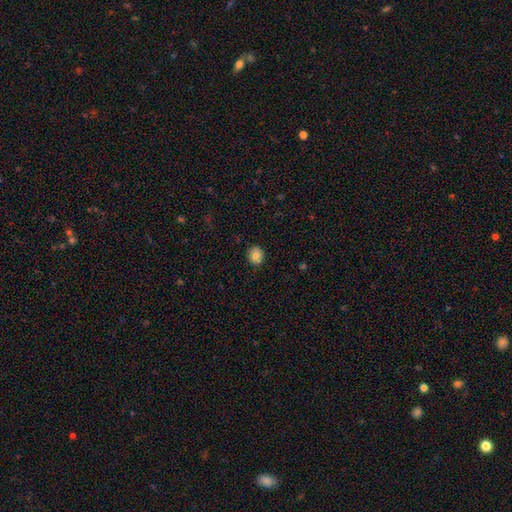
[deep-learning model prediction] Overall: smooth (81%). How rounded: round (83%). Merging: none (89%).